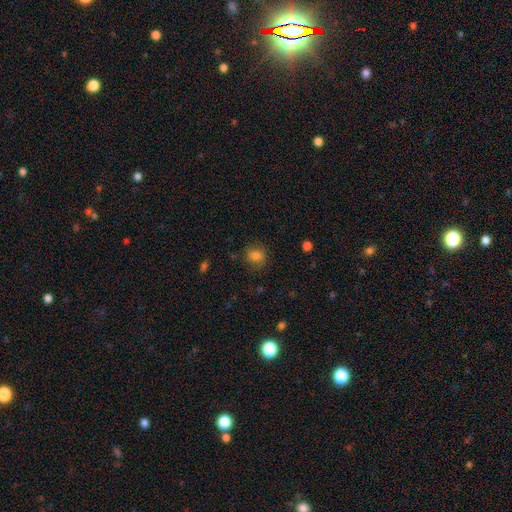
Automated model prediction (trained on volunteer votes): smooth 82%, star or artifact 12%, featured or disk 6%. Down the decision tree: how rounded — round (82%); merging — none (83%).